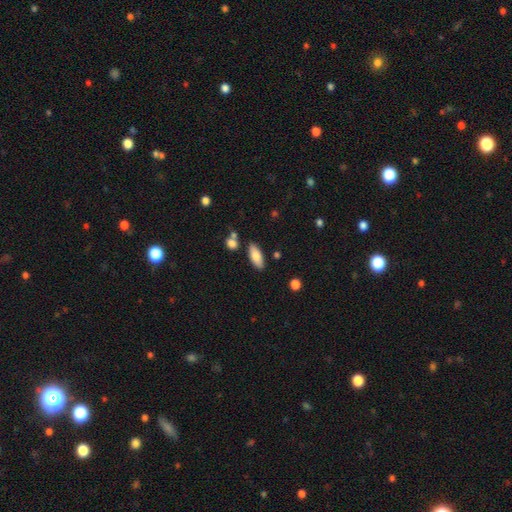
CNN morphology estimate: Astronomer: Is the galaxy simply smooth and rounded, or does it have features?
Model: smooth — 80%.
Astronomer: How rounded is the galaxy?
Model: in between — 80%.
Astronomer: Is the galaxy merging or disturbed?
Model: none — 82%.